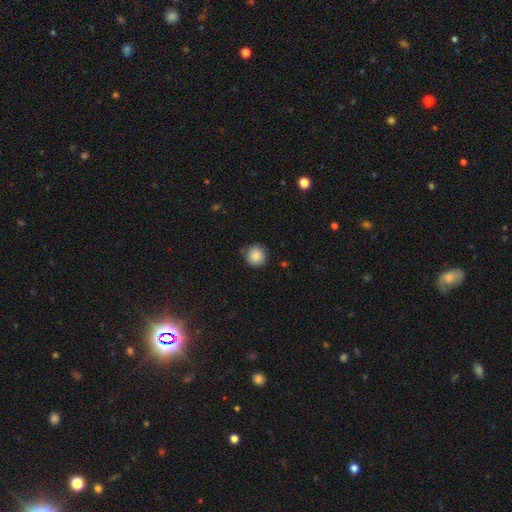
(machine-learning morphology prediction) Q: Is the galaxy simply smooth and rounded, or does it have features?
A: smooth — 88%.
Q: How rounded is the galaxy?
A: round — 93%.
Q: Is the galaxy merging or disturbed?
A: none — 84%.